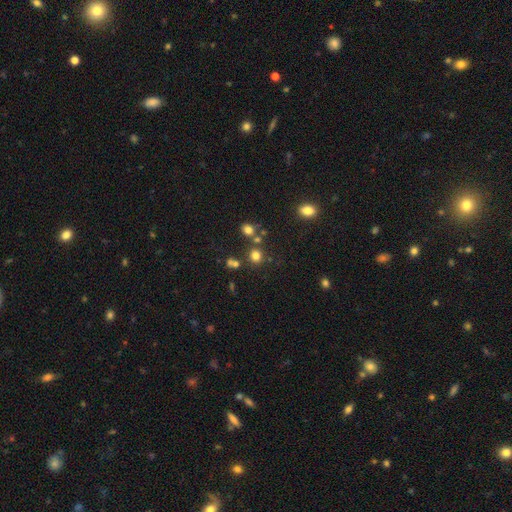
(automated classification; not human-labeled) This appears to be a smooth galaxy with no disk features (75%) that is round (87%). Merging: none (74%).